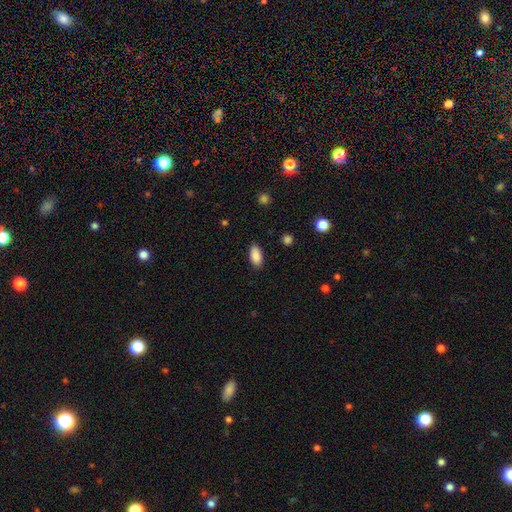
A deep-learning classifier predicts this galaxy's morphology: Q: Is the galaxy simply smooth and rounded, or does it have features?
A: smooth — 89%.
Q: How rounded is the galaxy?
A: in between — 92%.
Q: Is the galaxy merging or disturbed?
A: none — 88%.